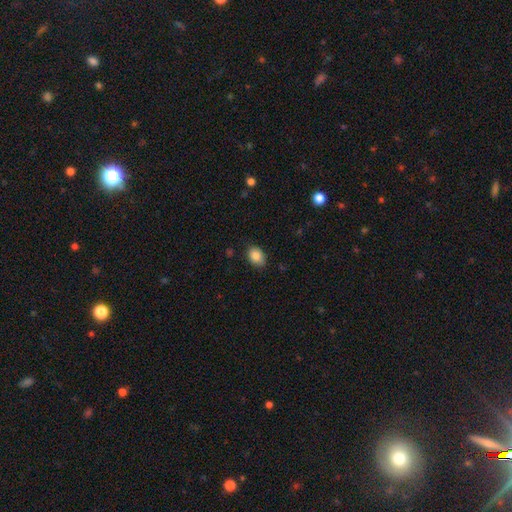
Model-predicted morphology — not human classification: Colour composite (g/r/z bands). It shows a smooth galaxy with no disk features (85%) that is in between round and cigar-shaped (78%). Merging: none (83%).